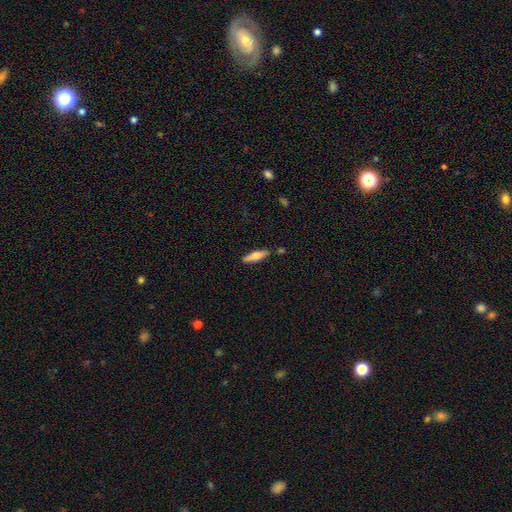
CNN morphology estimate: This appears to be a smooth galaxy with no disk features (57%) that is cigar-shaped (67%). Merging: none (82%).